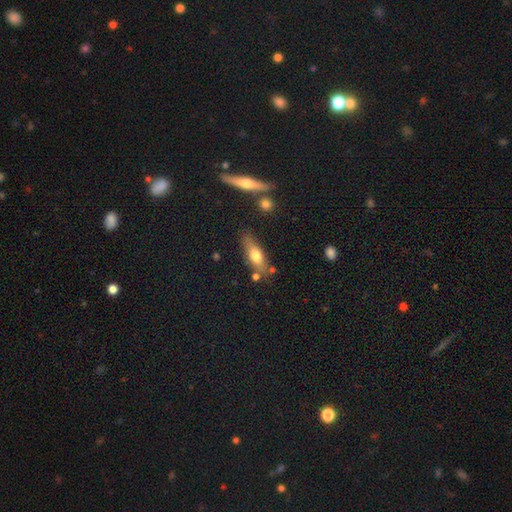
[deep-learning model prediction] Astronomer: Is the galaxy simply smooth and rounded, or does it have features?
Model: smooth — 61%.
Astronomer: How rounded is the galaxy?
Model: in between — 53% (runner-up: cigar-shaped, 44%).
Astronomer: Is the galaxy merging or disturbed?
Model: none — 71%.